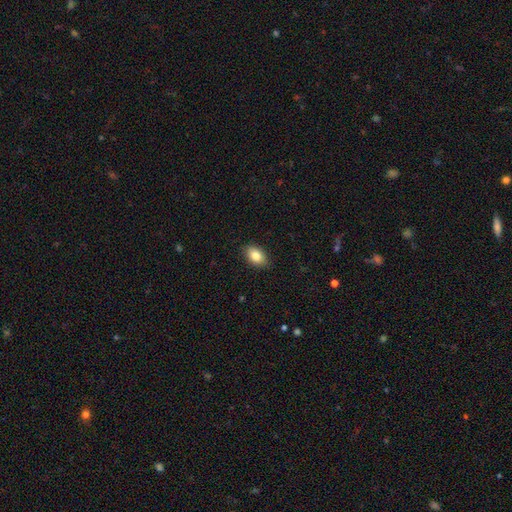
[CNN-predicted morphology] smooth_or_featured: smooth (p=0.84) [alt: featured or disk p=0.08]
how_rounded: in between (p=0.86) [alt: round p=0.12]
merging: none (p=0.87) [alt: minor disturbance p=0.10]